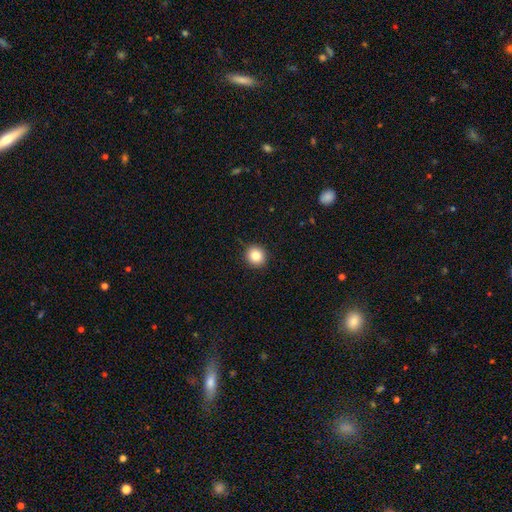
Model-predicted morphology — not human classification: A smooth galaxy with no disk features (85%) that is round (90%).

Vote fractions:
- Smooth or featured? smooth: 85% / star or artifact: 10% / featured or disk: 5%
- How rounded? round: 90% / in between: 9% / cigar-shaped: 1%
- Merging? none: 91% / minor disturbance: 7% / major disturbance: 2% / merger: 1%